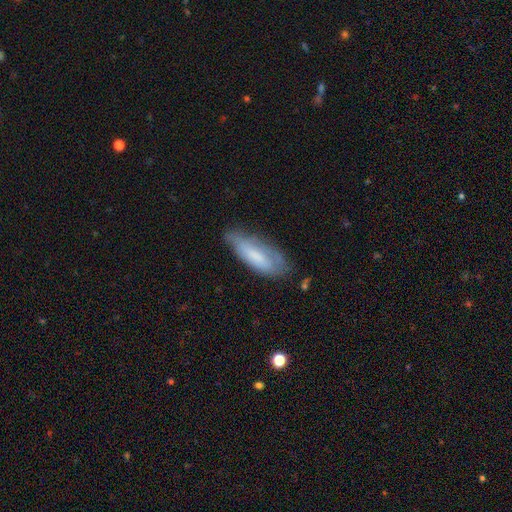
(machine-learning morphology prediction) Smooth or featured: smooth — 66% (featured or disk — 26%)
How rounded: in between — 66% (cigar-shaped — 33%)
Merging: none — 53% (minor disturbance — 33%)